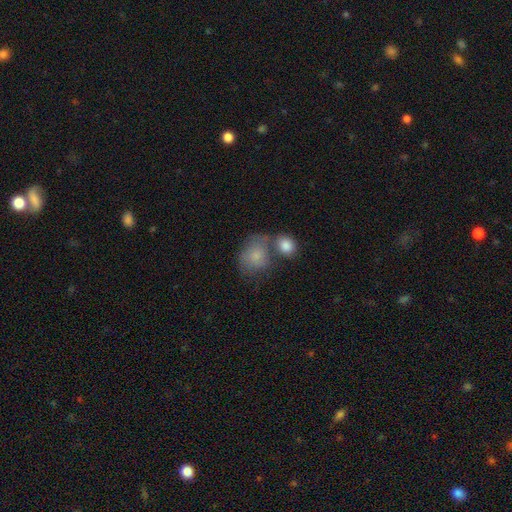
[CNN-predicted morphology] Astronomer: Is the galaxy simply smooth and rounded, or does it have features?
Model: smooth — 75%.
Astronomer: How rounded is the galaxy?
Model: round — 53% (runner-up: in between, 46%).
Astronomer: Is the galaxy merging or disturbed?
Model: merger — 38% (runner-up: none, 34%).